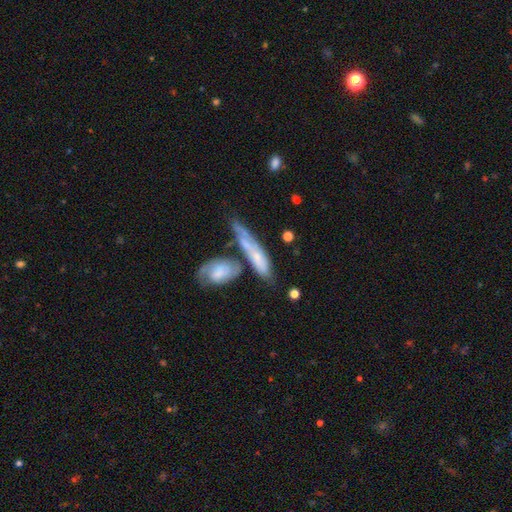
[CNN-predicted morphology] The model was most divided on "smooth or featured": smooth: 47%, featured or disk: 46%, star or artifact: 8%. Remaining: merging — none (39%).